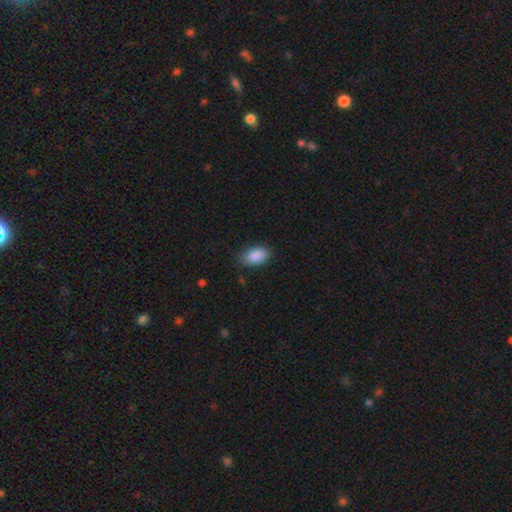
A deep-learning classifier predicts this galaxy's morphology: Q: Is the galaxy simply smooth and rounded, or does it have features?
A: smooth — 89%.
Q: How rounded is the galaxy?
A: in between — 93%.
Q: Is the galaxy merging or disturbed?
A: none — 82%.